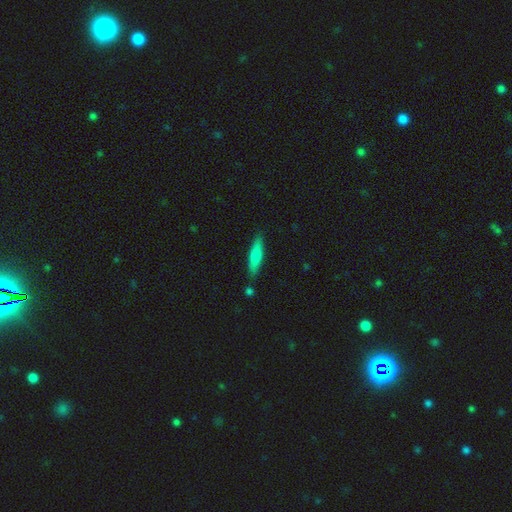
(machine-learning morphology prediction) Smooth or featured? smooth (76%)
How rounded? cigar-shaped (78%)
Merging? none (83%)